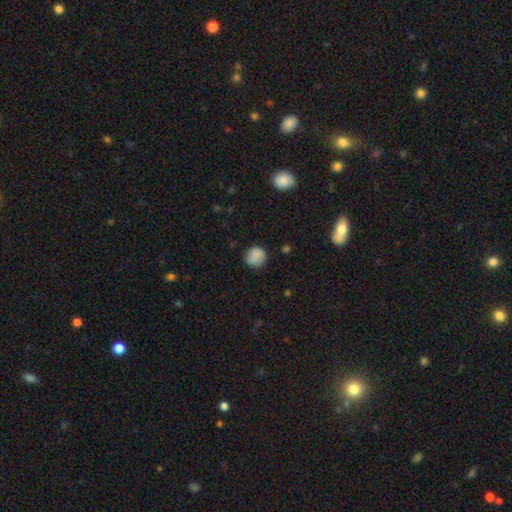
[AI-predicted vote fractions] Q: Smooth or featured?
A: smooth (85%); runner-up: star or artifact (9%)
Q: How rounded?
A: round (89%); runner-up: in between (10%)
Q: Merging?
A: none (79%); runner-up: minor disturbance (16%)